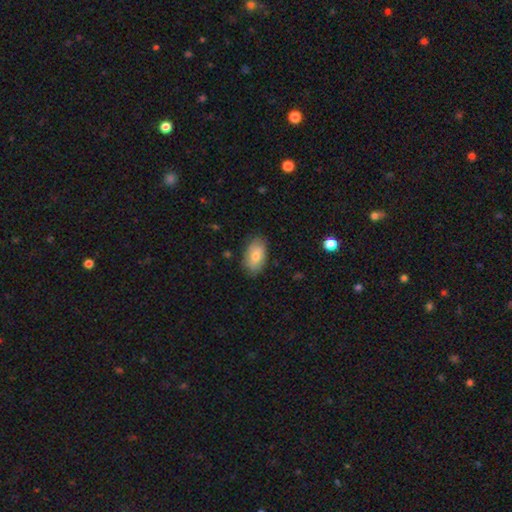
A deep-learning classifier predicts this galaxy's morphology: Q: Smooth or featured?
A: smooth (75%); runner-up: featured or disk (19%)
Q: How rounded?
A: in between (93%); runner-up: round (4%)
Q: Merging?
A: none (82%); runner-up: minor disturbance (14%)